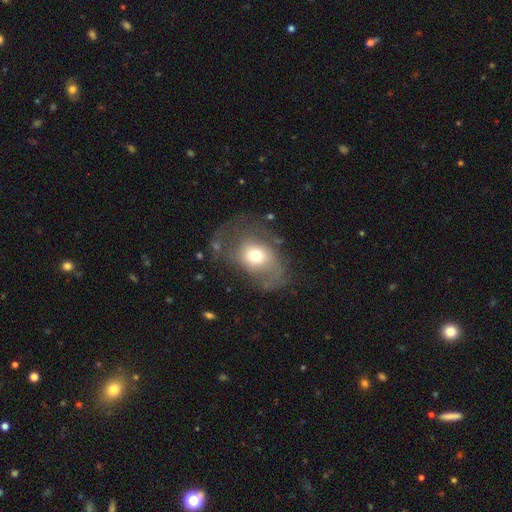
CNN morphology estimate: A smooth galaxy with no disk features (51%) that is in between round and cigar-shaped (61%). Merging: none (37%, tied with major disturbance).